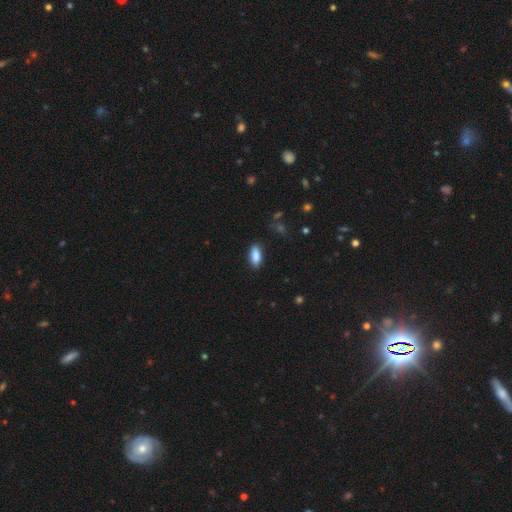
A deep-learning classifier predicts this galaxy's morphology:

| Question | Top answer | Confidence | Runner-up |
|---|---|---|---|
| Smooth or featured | smooth | 87% | star or artifact (7%) |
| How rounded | in between | 83% | cigar-shaped (15%) |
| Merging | none | 83% | minor disturbance (13%) |